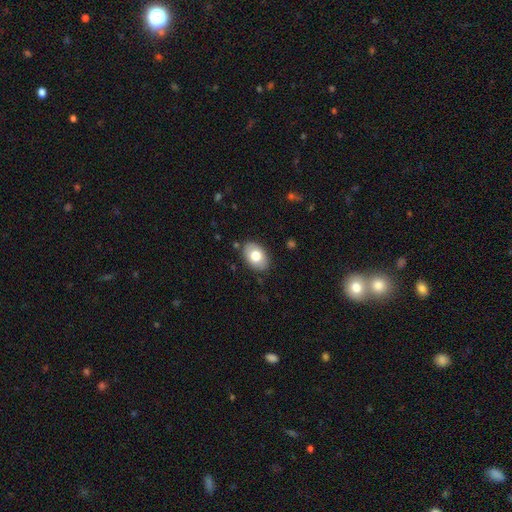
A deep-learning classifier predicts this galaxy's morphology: Q: Smooth or featured?
A: smooth (74%); runner-up: featured or disk (19%)
Q: How rounded?
A: in between (86%); runner-up: round (13%)
Q: Merging?
A: none (85%); runner-up: minor disturbance (11%)